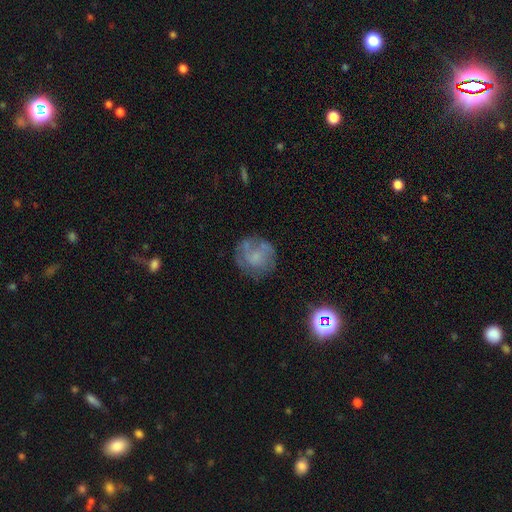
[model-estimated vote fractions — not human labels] Overall: featured or disk (47%; smooth 42%). Merging: none (63%).